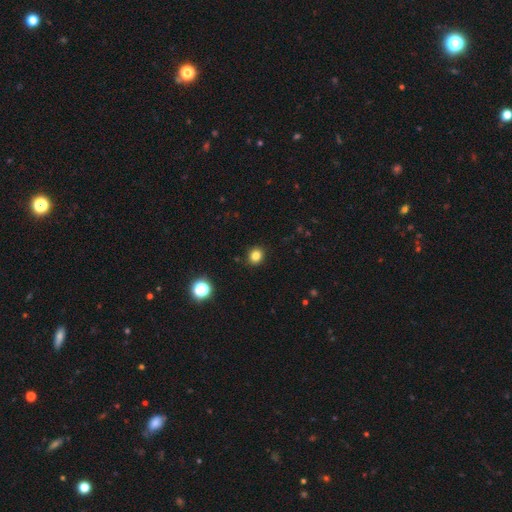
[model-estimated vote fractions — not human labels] A smooth galaxy with no disk features (82%) that is round (78%).

Vote fractions:
- Smooth or featured? smooth: 82% / star or artifact: 13% / featured or disk: 5%
- How rounded? round: 78% / in between: 21% / cigar-shaped: 1%
- Merging? none: 91% / minor disturbance: 6% / major disturbance: 2% / merger: 1%